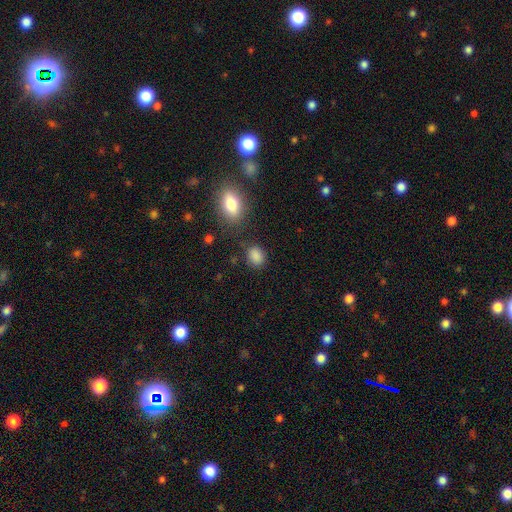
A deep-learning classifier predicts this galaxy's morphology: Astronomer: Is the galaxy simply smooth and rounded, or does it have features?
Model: smooth — 86%.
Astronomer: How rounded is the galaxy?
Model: in between — 57% (runner-up: round, 41%).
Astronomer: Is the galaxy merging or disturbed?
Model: none — 76%.